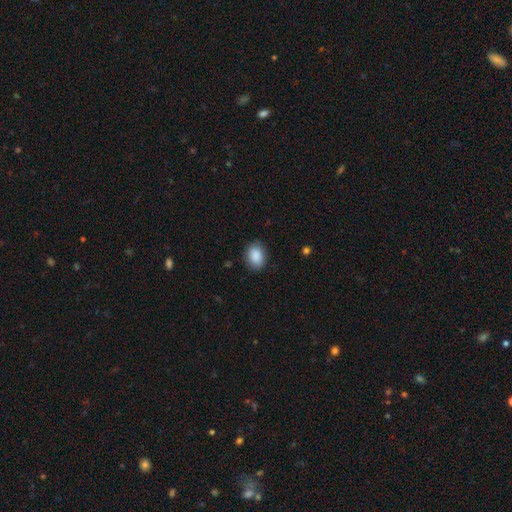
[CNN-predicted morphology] smooth_or_featured: smooth (p=0.89) [alt: star or artifact p=0.07]
how_rounded: in between (p=0.74) [alt: round p=0.25]
merging: none (p=0.82) [alt: minor disturbance p=0.14]